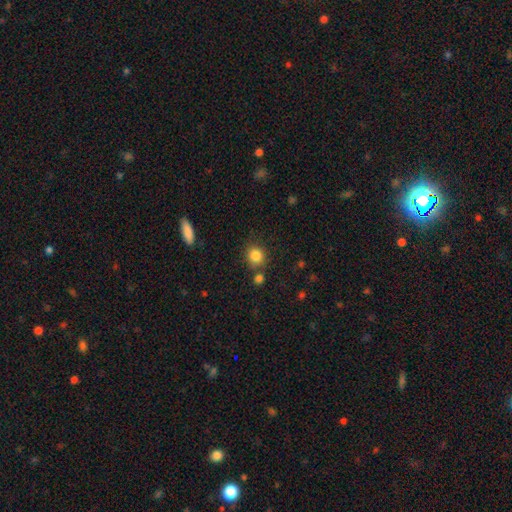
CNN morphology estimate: A smooth galaxy with no disk features (85%) that is round (79%). Merging: none (74%).